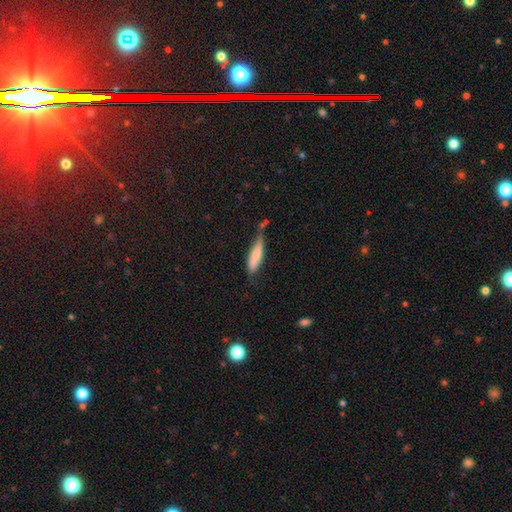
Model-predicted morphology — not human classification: Smooth or featured? Predicted: smooth (p=0.70). How rounded? Predicted: cigar-shaped (p=0.71). Merging? Predicted: none (p=0.43).